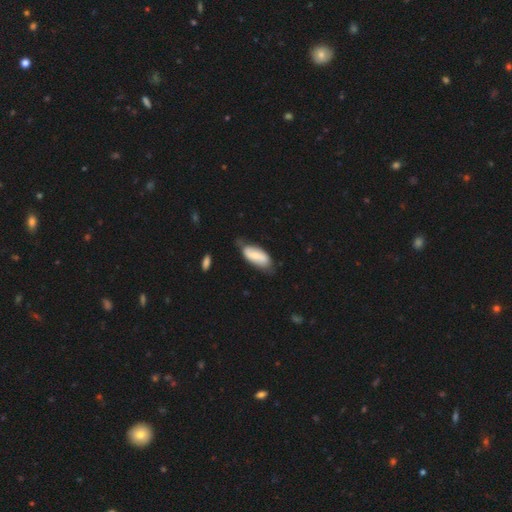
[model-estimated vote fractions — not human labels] Smooth or featured?
  - smooth: 63% *
  - featured or disk: 32%
  - star or artifact: 6%
How rounded?
  - in between: 86% *
  - cigar-shaped: 12%
  - round: 2%
Merging?
  - none: 58% *
  - minor disturbance: 32%
  - major disturbance: 7%
  - merger: 3%